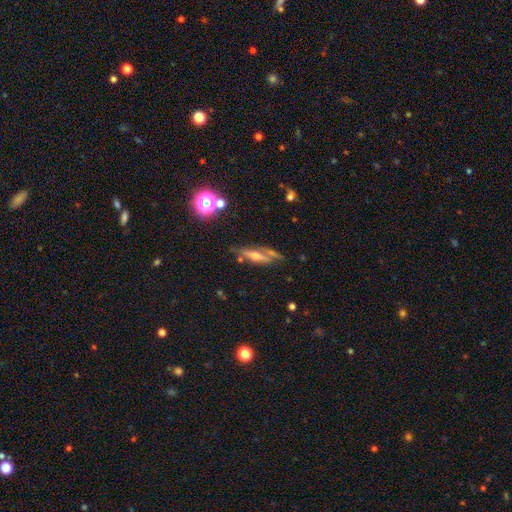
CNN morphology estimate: type=featured or disk (56%); edge-on=yes (73%); merging=none (57%).